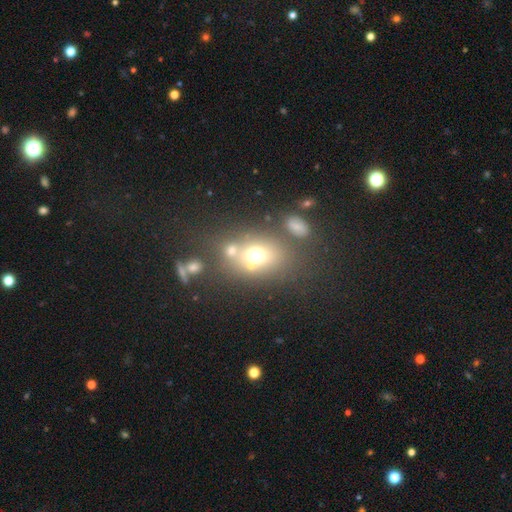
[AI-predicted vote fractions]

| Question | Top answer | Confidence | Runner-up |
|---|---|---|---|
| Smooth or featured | smooth | 63% | featured or disk (20%) |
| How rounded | in between | 57% | round (41%) |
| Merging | none | 53% | merger (26%) |